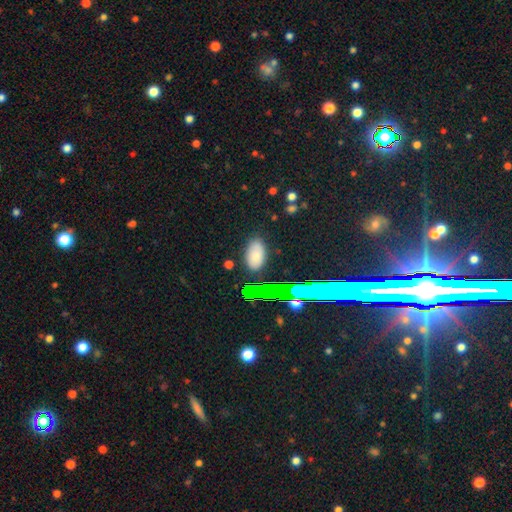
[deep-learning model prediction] The model was most divided on "smooth or featured": smooth: 77%, star or artifact: 14%, featured or disk: 9%. More confident: how rounded — in between (93%); merging — none (81%).